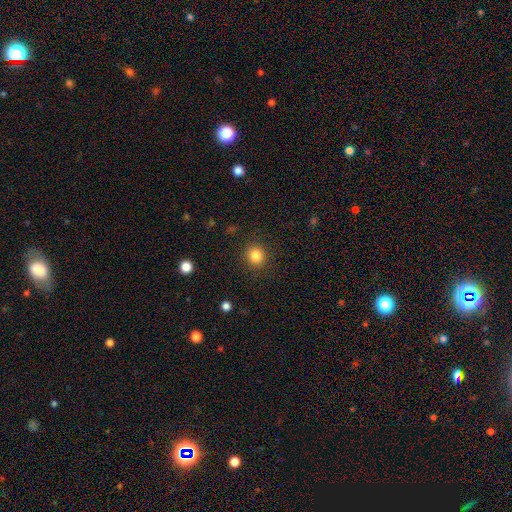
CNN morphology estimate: Smooth or featured: smooth — 83% (star or artifact — 12%)
How rounded: round — 89% (in between — 10%)
Merging: none — 90% (minor disturbance — 7%)